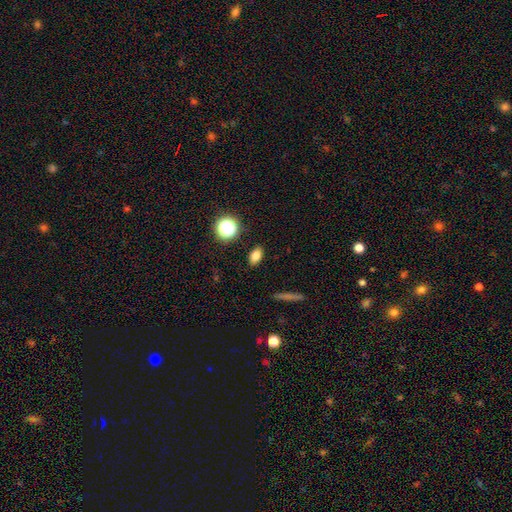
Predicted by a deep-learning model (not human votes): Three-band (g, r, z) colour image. It shows a smooth galaxy with no disk features (79%) that is in between round and cigar-shaped (82%). Merging: none (88%).